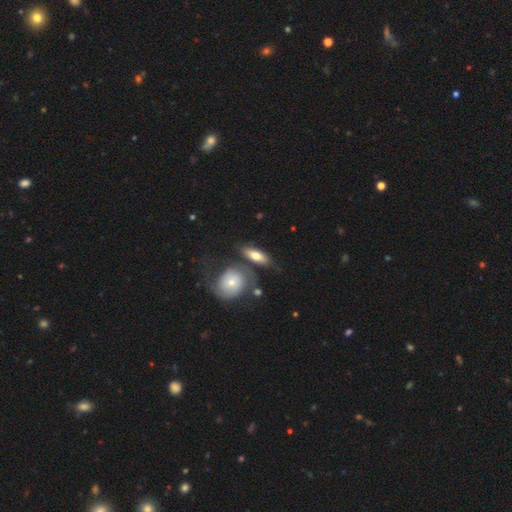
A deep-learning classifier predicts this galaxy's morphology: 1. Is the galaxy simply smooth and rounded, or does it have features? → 63% smooth, 31% featured or disk, 6% star or artifact.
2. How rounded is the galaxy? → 72% in between, 22% cigar-shaped, 6% round.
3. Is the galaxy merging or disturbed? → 54% none, 21% merger, 17% minor disturbance, 8% major disturbance.